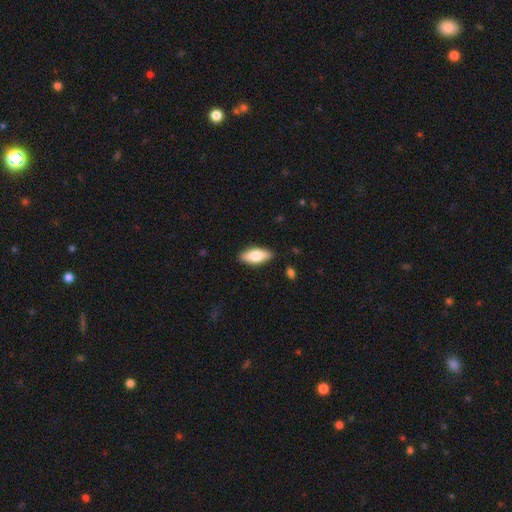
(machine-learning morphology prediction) smooth 74%, featured or disk 20%, star or artifact 6%. Down the decision tree: how rounded — in between (80%); merging — none (88%).